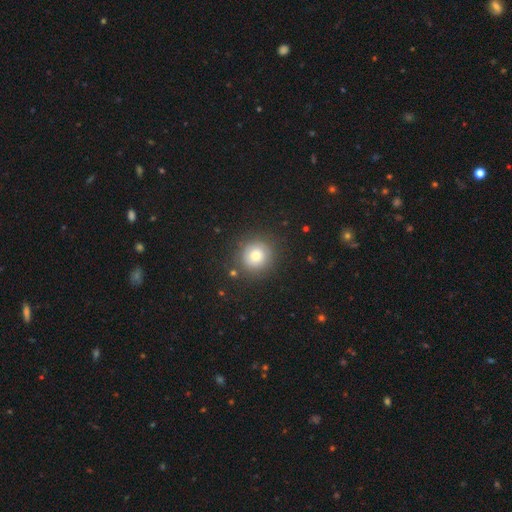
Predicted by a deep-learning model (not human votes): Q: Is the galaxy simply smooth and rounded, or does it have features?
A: smooth — 71%.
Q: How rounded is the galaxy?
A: round — 93%.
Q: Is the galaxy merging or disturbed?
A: none — 86%.